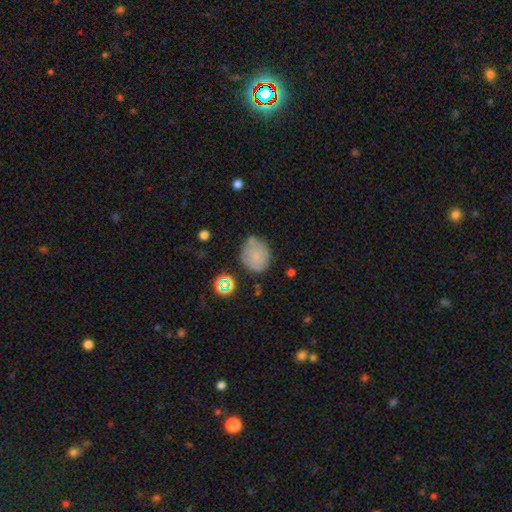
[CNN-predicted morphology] Smooth or featured?
  - smooth: 73% *
  - featured or disk: 16%
  - star or artifact: 11%
How rounded?
  - round: 70% *
  - in between: 29%
  - cigar-shaped: 1%
Merging?
  - none: 62% *
  - minor disturbance: 24%
  - merger: 8%
  - major disturbance: 6%